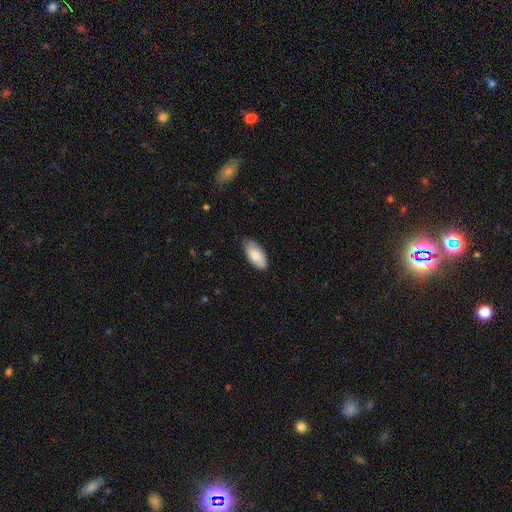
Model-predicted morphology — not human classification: smooth 83%, featured or disk 11%, star or artifact 6%. Down the decision tree: how rounded — in between (90%); merging — none (81%).